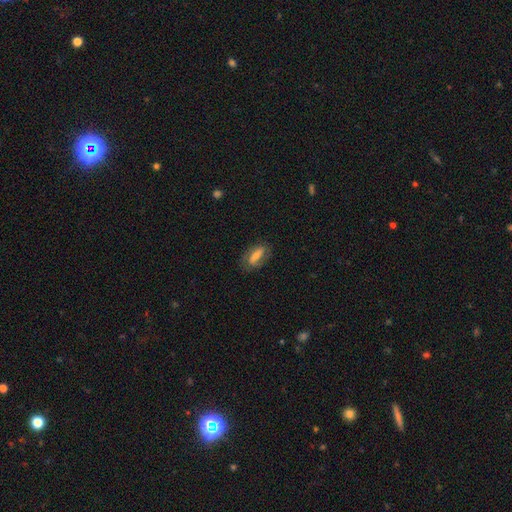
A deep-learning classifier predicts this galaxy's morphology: smooth-or-featured: smooth: 49% | featured or disk: 42% | star or artifact: 9%
  merging: none: 71% | minor disturbance: 19% | major disturbance: 8% | merger: 2%